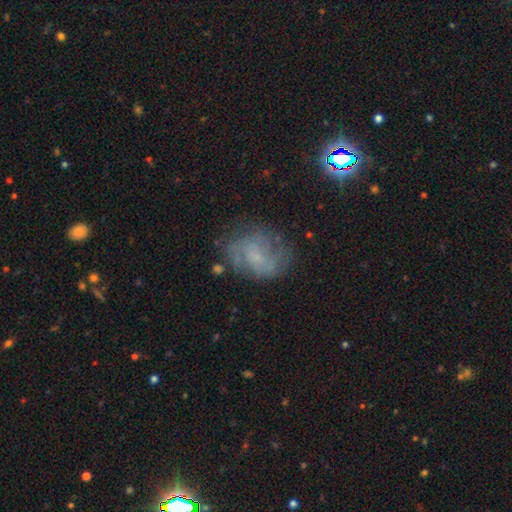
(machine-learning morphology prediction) Overall: featured or disk (55%; smooth 31%). Edge-on disk: no (97%). Bar: no (61%; weak 33%). Spiral arms: yes (71%). Bulge size: small (42%; none 38%). Merging: none (60%; minor disturbance 22%).